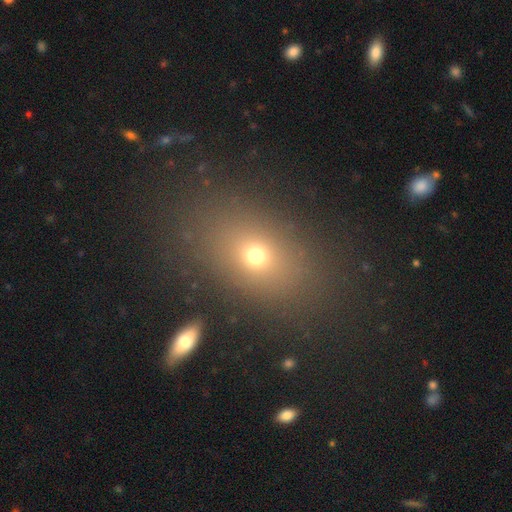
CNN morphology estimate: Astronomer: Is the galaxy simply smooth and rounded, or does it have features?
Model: smooth — 68%.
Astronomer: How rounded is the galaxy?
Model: in between — 68%.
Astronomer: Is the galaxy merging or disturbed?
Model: none — 81%.